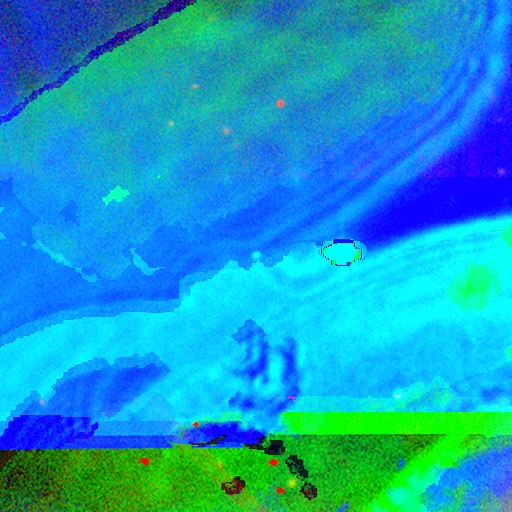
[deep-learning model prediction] Smooth or featured? Predicted: star or artifact (p=0.87).